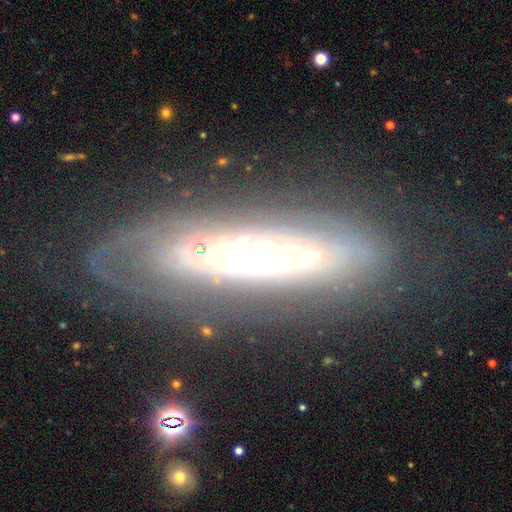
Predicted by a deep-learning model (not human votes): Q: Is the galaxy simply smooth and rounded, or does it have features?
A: featured or disk — 76%.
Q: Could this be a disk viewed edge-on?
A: no — 55%.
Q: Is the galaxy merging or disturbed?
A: none — 67%.